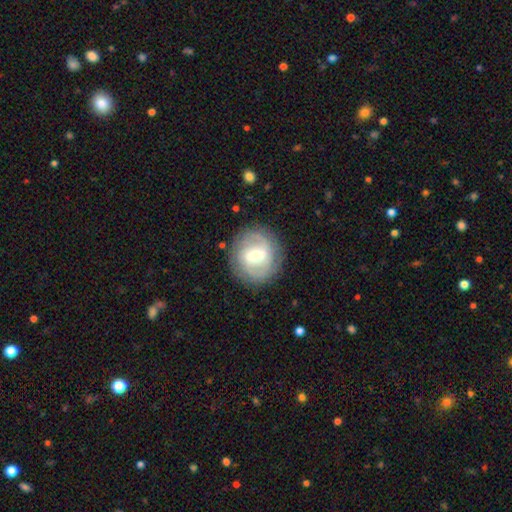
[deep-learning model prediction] smooth-or-featured: featured or disk: 74% | smooth: 20% | star or artifact: 6%
  disk-edge-on: no: 97% | yes: 3%
    bar: weak: 54% | strong: 28% | no: 18%
    has-spiral-arms: yes: 85% | no: 15%
      spiral-winding: tight: 49% | medium: 36% | loose: 15%
      spiral-arm-count: 2: 58% | can't tell: 23% | 3: 10% | 1: 4% | 4: 3% | more than 4: 2%
    bulge-size: moderate: 66% | small: 27% | large: 5% | none: 1% | dominant: 1%
  merging: none: 83% | minor disturbance: 12% | major disturbance: 5% | merger: 1%